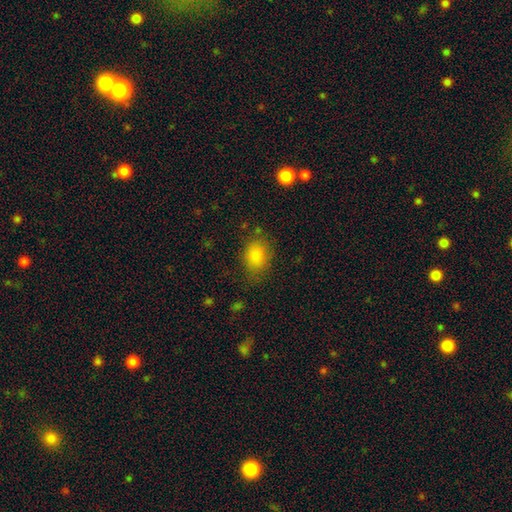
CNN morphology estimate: This appears to be a smooth galaxy with no disk features (84%) that is in between round and cigar-shaped (66%). Merging: none (67%).